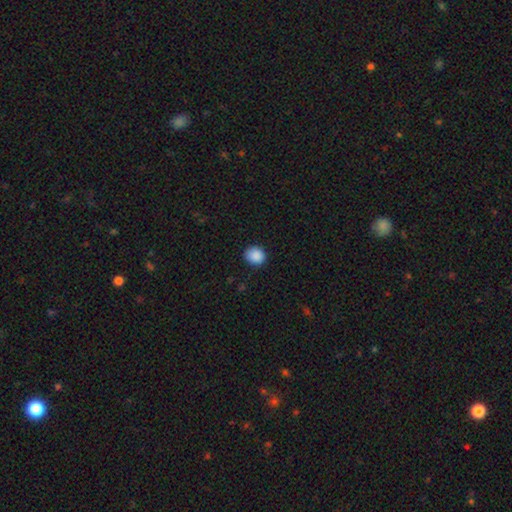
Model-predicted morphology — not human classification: Overall: smooth (89%). How rounded: round (70%). Merging: none (86%).